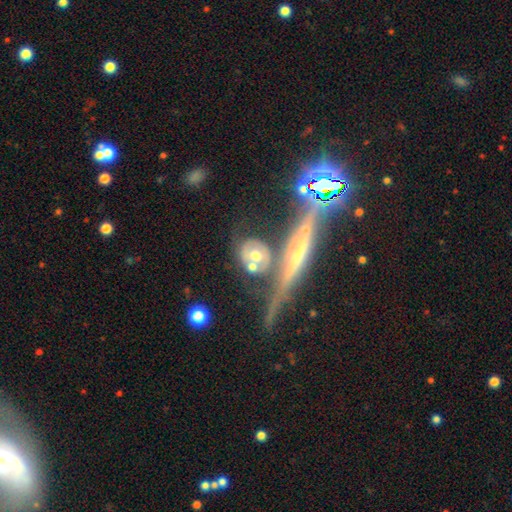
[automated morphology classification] A featured or disk galaxy (51%) viewed edge-on (57%).

Vote fractions:
- Smooth or featured? featured or disk: 51% / smooth: 40% / star or artifact: 10%
- Edge-on disk? yes: 57% / no: 43%
- Merging? none: 49% / merger: 23% / minor disturbance: 17% / major disturbance: 11%